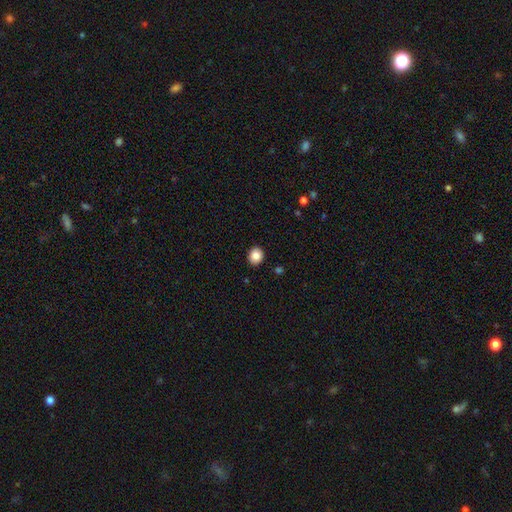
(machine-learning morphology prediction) smooth 86%, star or artifact 9%, featured or disk 5%. Down the decision tree: how rounded — round (73%); merging — none (91%).